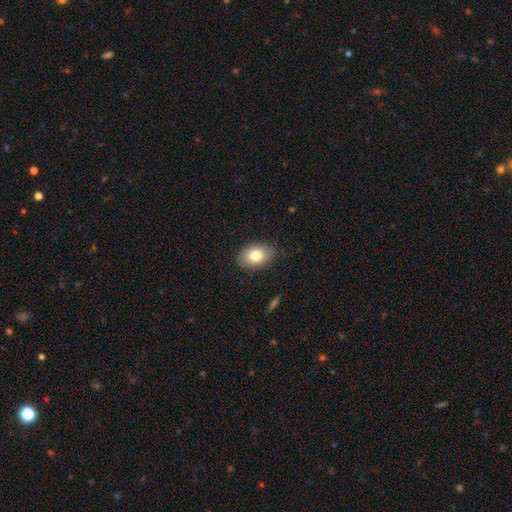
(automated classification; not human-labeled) A smooth galaxy with no disk features (81%) that is in between round and cigar-shaped (85%).

Vote fractions:
- Smooth or featured? smooth: 81% / featured or disk: 12% / star or artifact: 7%
- How rounded? in between: 85% / round: 14% / cigar-shaped: 1%
- Merging? none: 85% / minor disturbance: 11% / major disturbance: 2% / merger: 1%